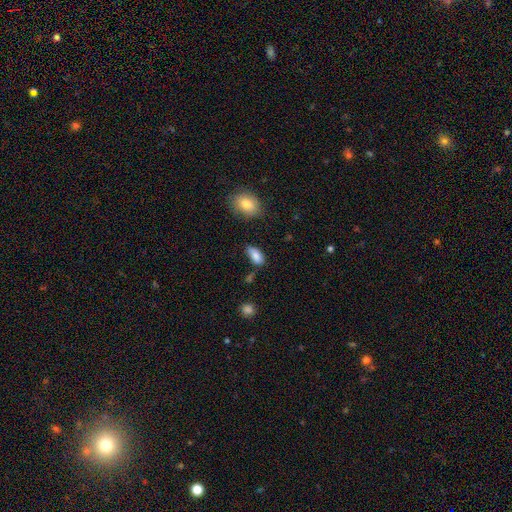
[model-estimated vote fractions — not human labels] Smooth or featured: smooth — 85% (star or artifact — 8%)
How rounded: in between — 90% (cigar-shaped — 7%)
Merging: none — 66% (minor disturbance — 24%)